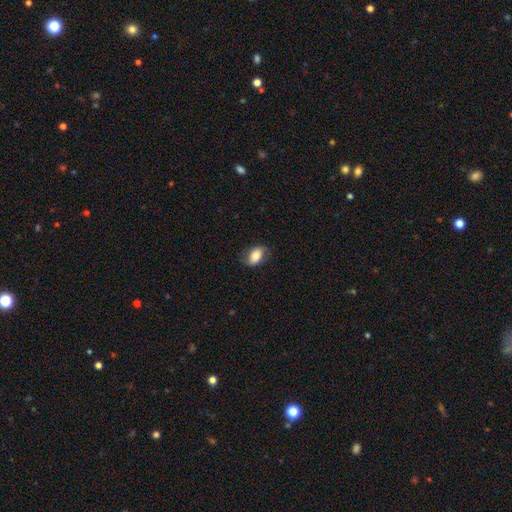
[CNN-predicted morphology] smooth 71%, featured or disk 22%, star or artifact 7%. Down the decision tree: how rounded — in between (88%); merging — none (75%).